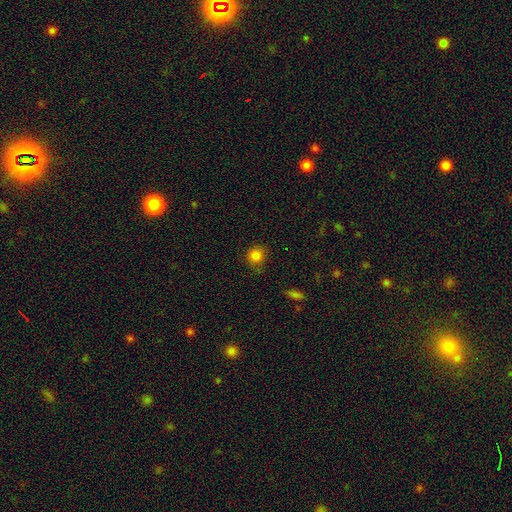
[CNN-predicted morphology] Smooth or featured? smooth (81%)
How rounded? round (87%)
Merging? none (77%)